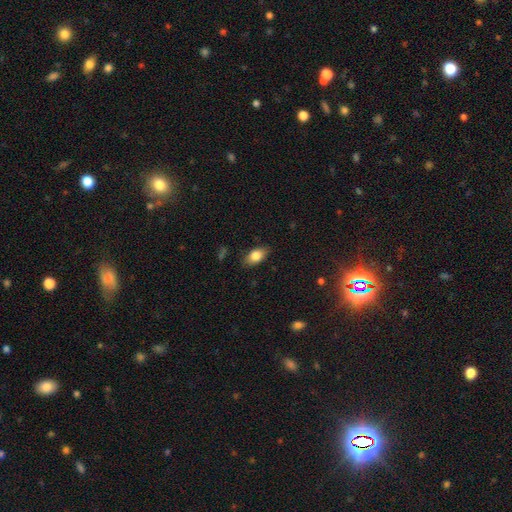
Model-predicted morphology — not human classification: The model was most divided on "smooth or featured": smooth: 81%, featured or disk: 11%, star or artifact: 8%. More confident: how rounded — in between (89%); merging — none (83%).